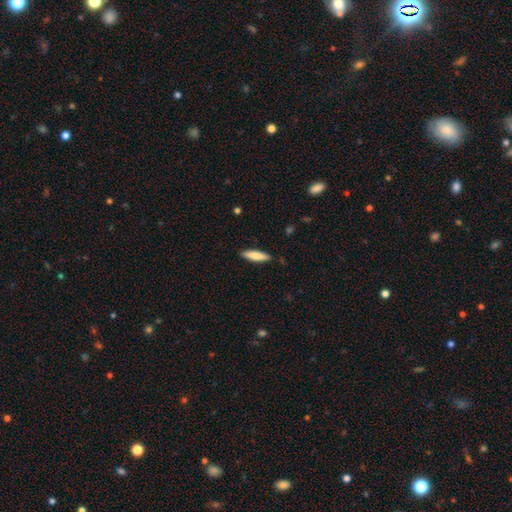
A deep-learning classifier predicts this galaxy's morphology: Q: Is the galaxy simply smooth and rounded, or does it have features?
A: smooth — 81%.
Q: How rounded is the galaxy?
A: cigar-shaped — 72%.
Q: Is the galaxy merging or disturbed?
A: none — 88%.